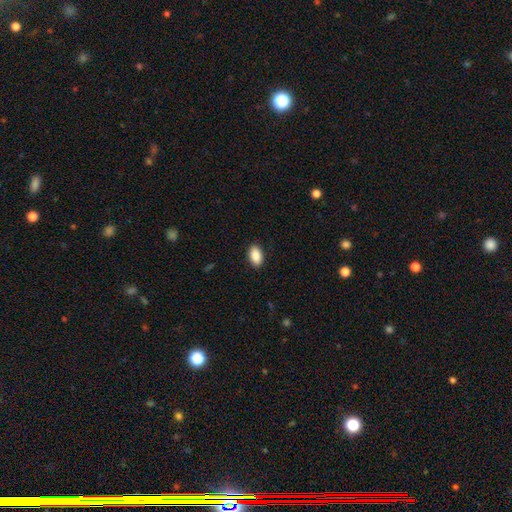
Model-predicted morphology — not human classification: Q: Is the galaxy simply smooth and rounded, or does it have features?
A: smooth — 89%.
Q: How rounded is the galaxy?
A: in between — 92%.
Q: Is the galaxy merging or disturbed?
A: none — 90%.